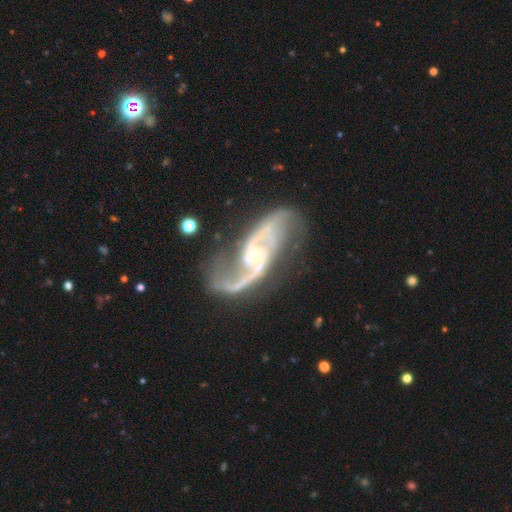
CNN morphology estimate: Overall: featured or disk (92%). Edge-on disk: no (96%). Bar: no (55%; weak 31%). Spiral arms: yes (98%). Spiral arm count: 2 (91%). Spiral winding: medium (45%; loose 44%). Bulge size: small (69%). Merging: none (66%).